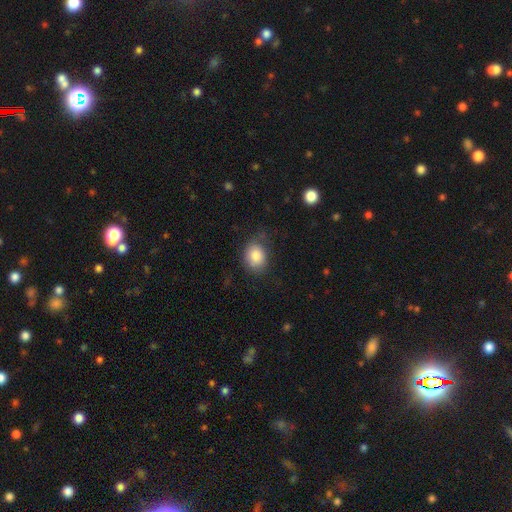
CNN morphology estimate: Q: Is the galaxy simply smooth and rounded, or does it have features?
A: smooth — 85%.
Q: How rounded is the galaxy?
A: round — 51%.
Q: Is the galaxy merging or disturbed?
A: none — 67%.